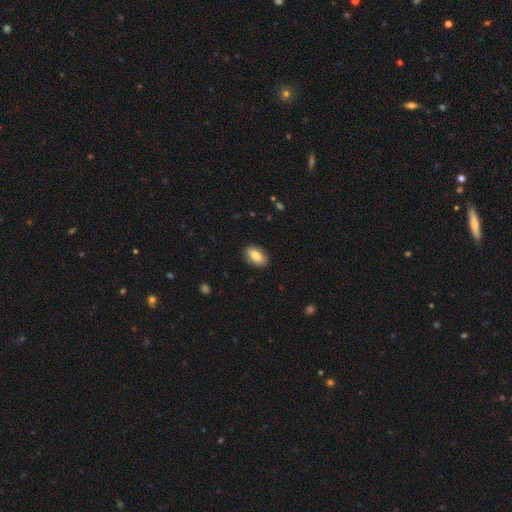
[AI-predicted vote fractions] smooth 80%, featured or disk 13%, star or artifact 7%. Down the decision tree: how rounded — in between (90%); merging — none (88%).